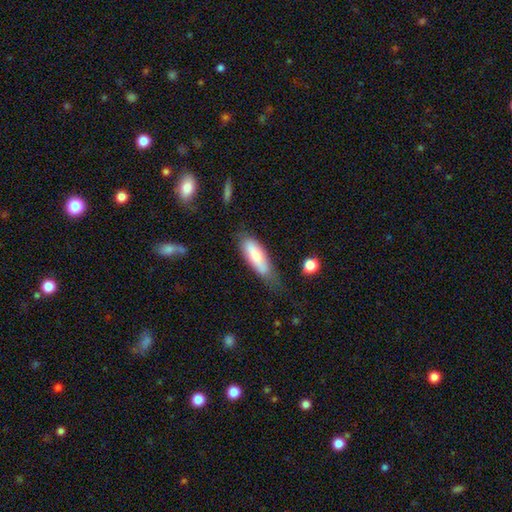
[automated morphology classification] A smooth galaxy with no disk features (75%) that is in between round and cigar-shaped (56%).

Vote fractions:
- Smooth or featured? smooth: 75% / featured or disk: 18% / star or artifact: 6%
- How rounded? in between: 56% / cigar-shaped: 43% / round: 2%
- Merging? none: 54% / minor disturbance: 31% / major disturbance: 11% / merger: 4%